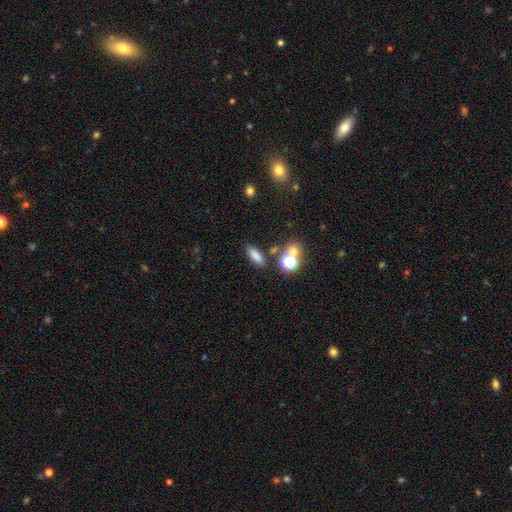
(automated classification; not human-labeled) smooth-or-featured: smooth: 77% | star or artifact: 15% | featured or disk: 8%
  how-rounded: in between: 59% | cigar-shaped: 30% | round: 11%
  merging: none: 77% | minor disturbance: 10% | merger: 9% | major disturbance: 4%